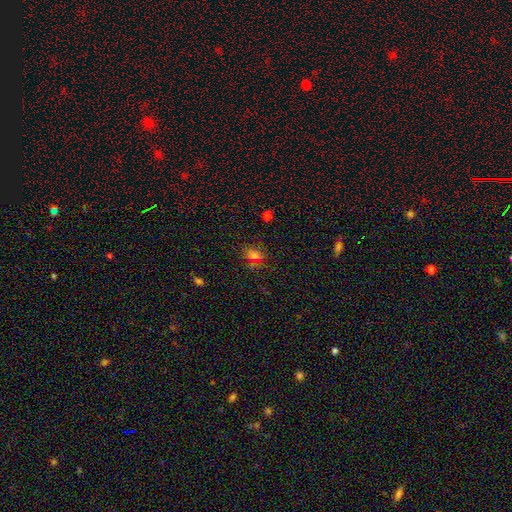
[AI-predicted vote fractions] Smooth or featured? smooth (60%)
How rounded? round (52%)
Merging? none (70%)